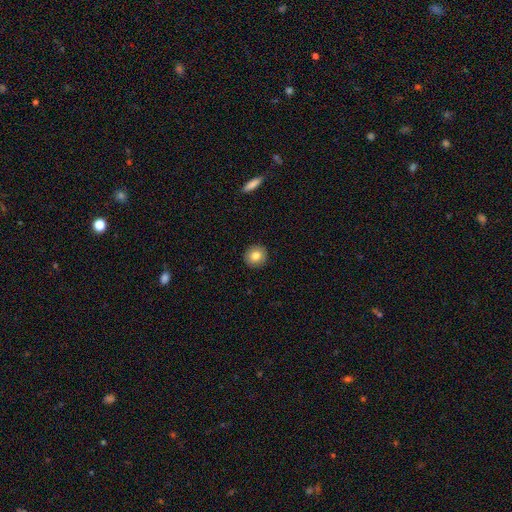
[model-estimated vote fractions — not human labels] Smooth or featured?
  - smooth: 82% *
  - featured or disk: 9%
  - star or artifact: 8%
How rounded?
  - round: 91% *
  - in between: 8%
  - cigar-shaped: 1%
Merging?
  - none: 92% *
  - minor disturbance: 6%
  - major disturbance: 2%
  - merger: 1%